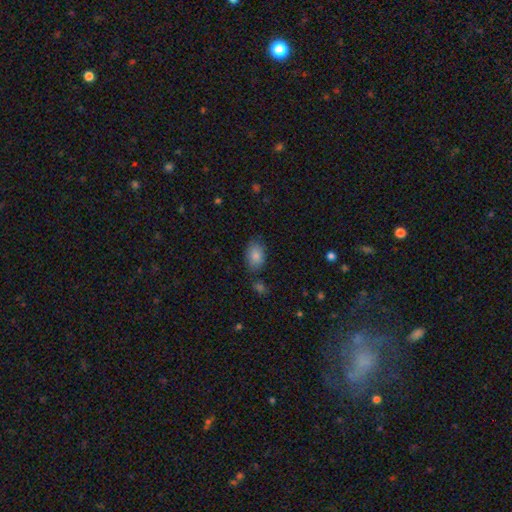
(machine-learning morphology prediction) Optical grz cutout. It shows a smooth galaxy with no disk features (85%) that is in between round and cigar-shaped (87%). Merging: none (78%).